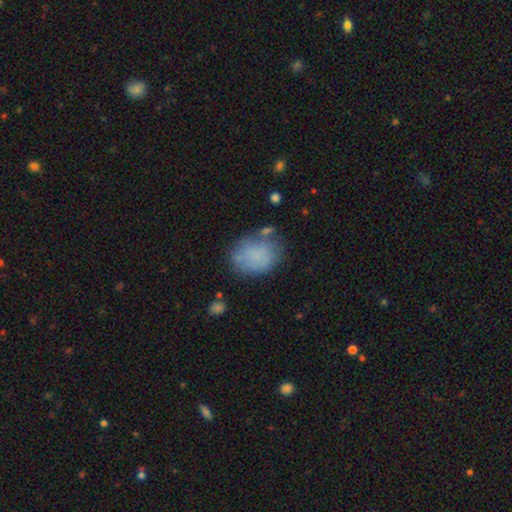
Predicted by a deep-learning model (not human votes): Morphology: type=smooth (74%); roundness=in between (57%); merging=none (56%).